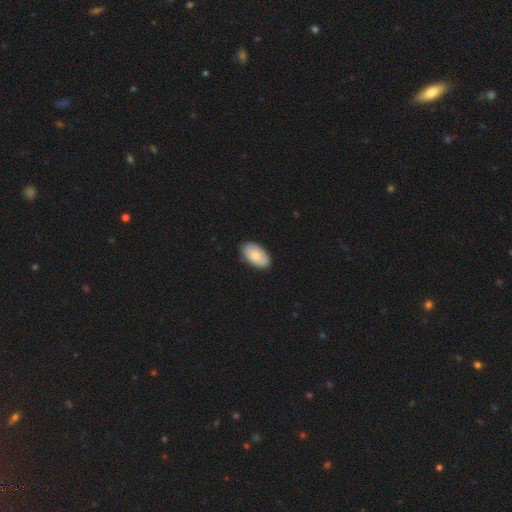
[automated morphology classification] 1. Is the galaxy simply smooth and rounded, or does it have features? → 80% smooth, 14% featured or disk, 6% star or artifact.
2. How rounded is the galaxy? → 95% in between, 3% round, 1% cigar-shaped.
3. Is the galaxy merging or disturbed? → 85% none, 12% minor disturbance, 2% major disturbance, 1% merger.